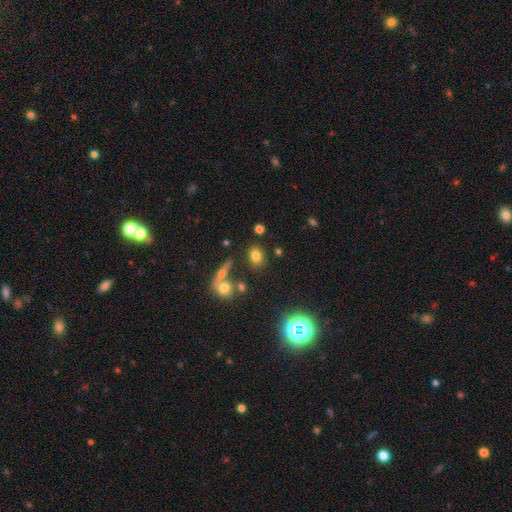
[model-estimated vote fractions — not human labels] smooth 76%, star or artifact 14%, featured or disk 10%. Down the decision tree: how rounded — in between (60%); merging — none (76%).